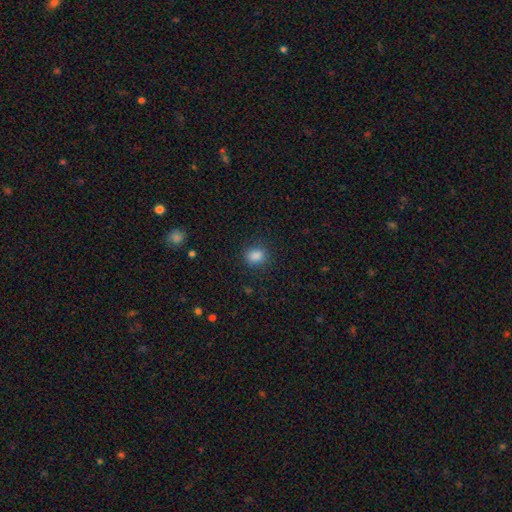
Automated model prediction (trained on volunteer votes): Smooth or featured: smooth — 86% (star or artifact — 11%)
How rounded: round — 55% (in between — 44%)
Merging: none — 86% (minor disturbance — 10%)